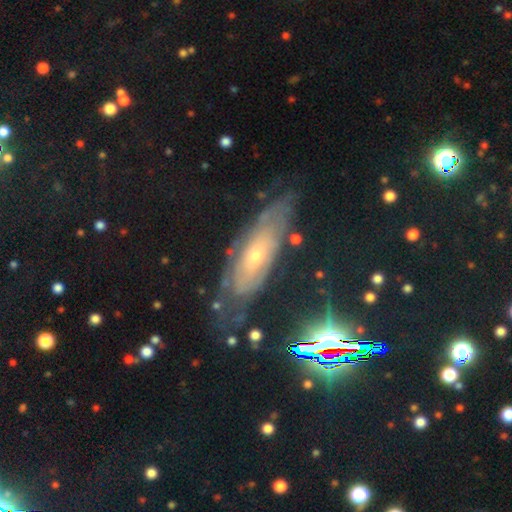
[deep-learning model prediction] Smooth or featured: featured or disk — 68% (smooth — 19%)
Edge-on disk: no — 77% (yes — 23%)
Bar: no — 77% (weak — 18%)
Spiral arms: yes — 75% (no — 25%)
Bulge size: small — 63% (moderate — 33%)
Merging: none — 67% (minor disturbance — 22%)